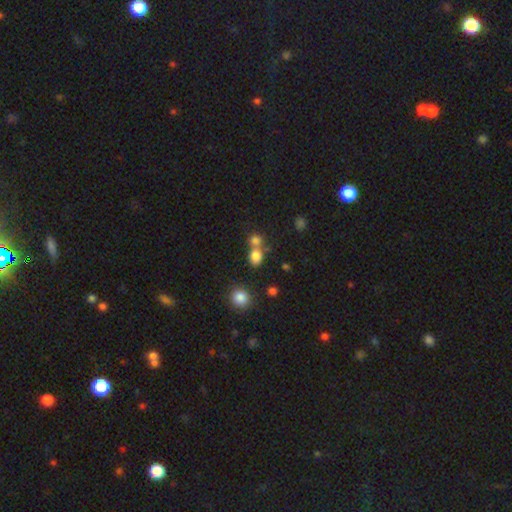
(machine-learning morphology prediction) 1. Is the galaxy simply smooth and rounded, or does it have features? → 79% smooth, 14% star or artifact, 7% featured or disk.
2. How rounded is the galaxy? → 56% round, 42% in between, 1% cigar-shaped.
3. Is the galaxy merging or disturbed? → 44% none (tied), 44% merger (tied), 8% minor disturbance, 4% major disturbance.